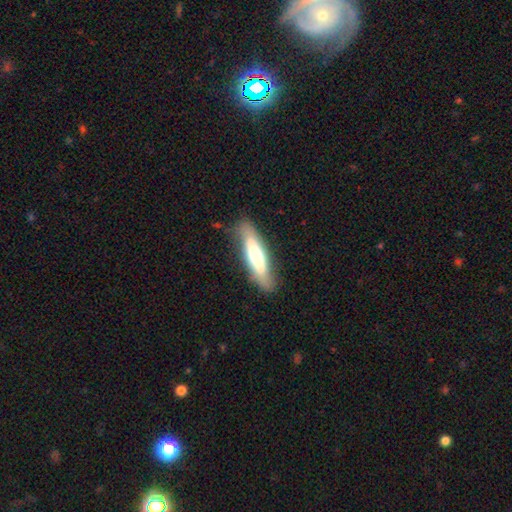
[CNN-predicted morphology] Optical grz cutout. It shows a smooth galaxy with no disk features (58%) that is cigar-shaped (69%). Merging: none (78%).